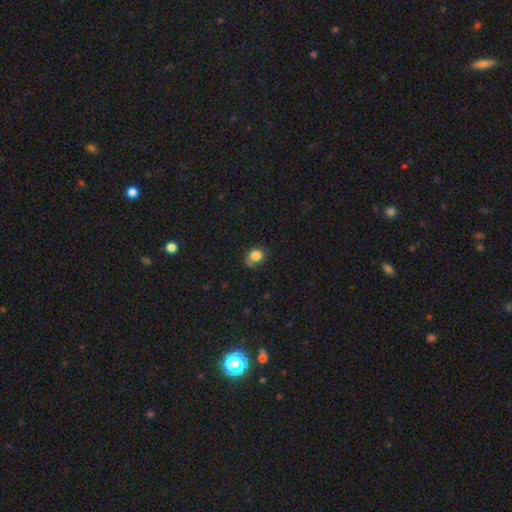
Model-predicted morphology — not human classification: Smooth or featured? smooth (83%)
How rounded? round (64%)
Merging? none (61%)